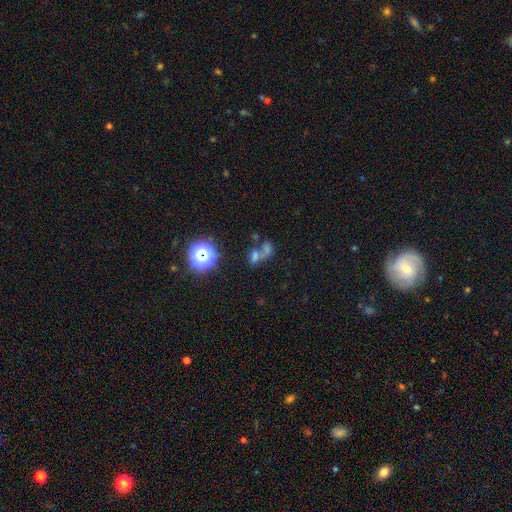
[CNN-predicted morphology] Smooth or featured? smooth (56%)
How rounded? in between (56%)
Merging? merger (60%)